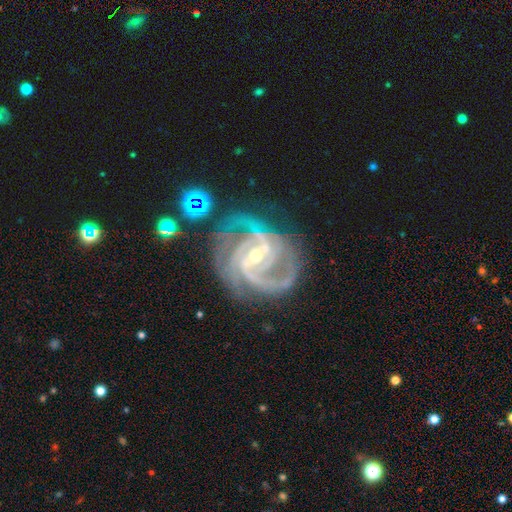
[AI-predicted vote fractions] featured or disk 92%, star or artifact 5%, smooth 3%. Down the decision tree: edge-on disk — no (98%); bar — strong (45%); spiral arms — yes (98%); spiral arm count — 3 (35%); spiral winding — tight (50%); bulge size — small (60%); merging — none (62%).